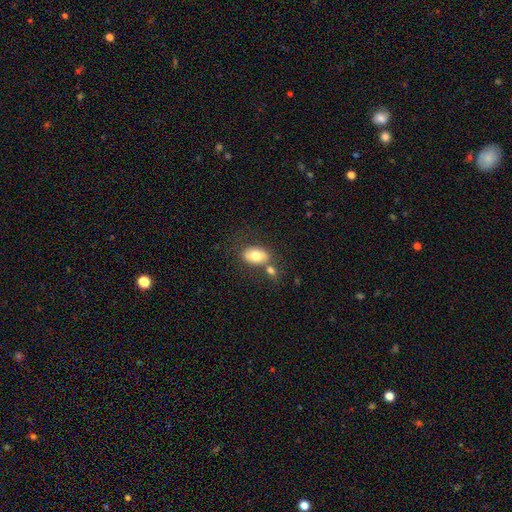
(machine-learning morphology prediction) The model was most divided on "merging": none: 55%, merger: 26%, minor disturbance: 14%, major disturbance: 6%. More confident: how rounded — in between (86%); smooth or featured — smooth (73%).